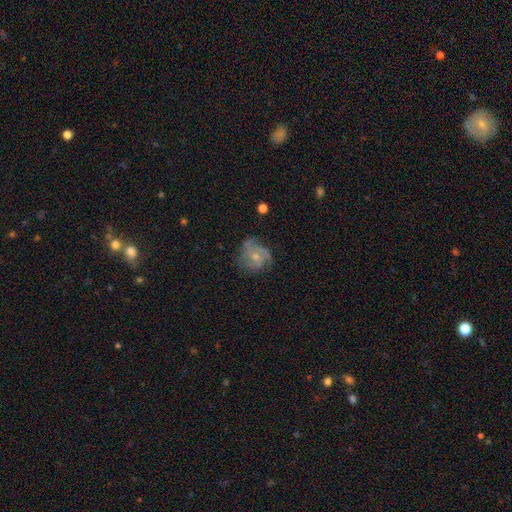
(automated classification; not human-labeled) A featured or disk galaxy (68%) with no bar (77%), 3 (38%) medium (44%) spiral arms (86%) and a small central bulge (58%). Merging: none (60%).